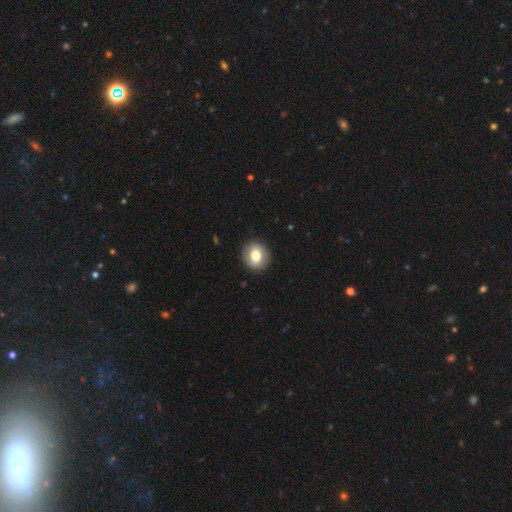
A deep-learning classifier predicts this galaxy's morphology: Smooth or featured? Predicted: smooth (p=0.73). How rounded? Predicted: round (p=0.82). Merging? Predicted: none (p=0.90).